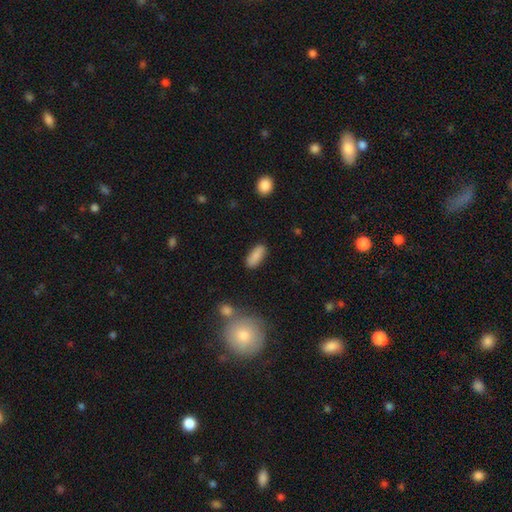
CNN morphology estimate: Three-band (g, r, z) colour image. It shows a smooth galaxy with no disk features (86%) that is in between round and cigar-shaped (76%). Merging: none (84%).